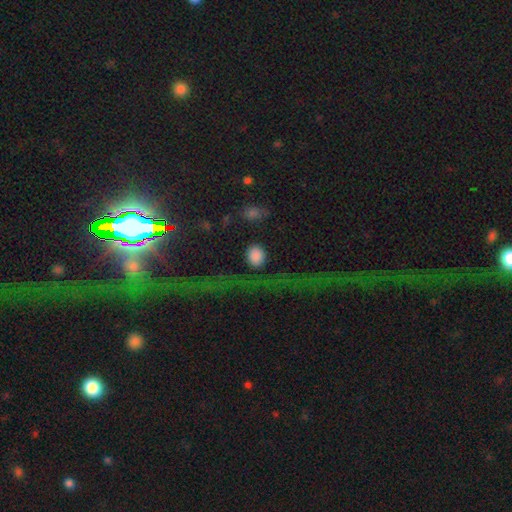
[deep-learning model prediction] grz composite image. It shows a smooth galaxy with no disk features (81%) that is round (80%). Merging: none (80%).